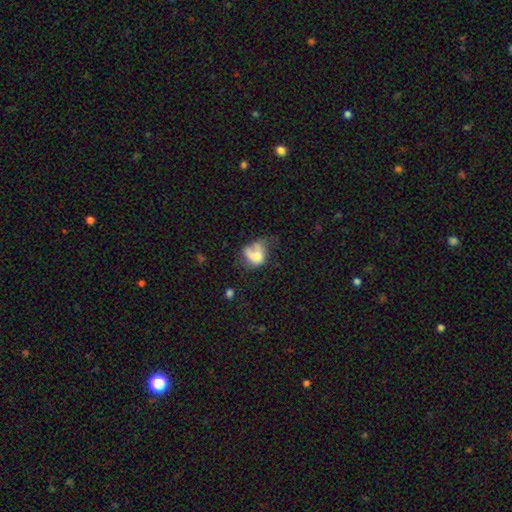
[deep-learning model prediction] Smooth or featured?
  - smooth: 57% *
  - featured or disk: 32%
  - star or artifact: 11%
How rounded?
  - in between: 63% *
  - round: 35%
  - cigar-shaped: 2%
Merging?
  - major disturbance: 39% *
  - none: 22%
  - minor disturbance: 21%
  - merger: 17%